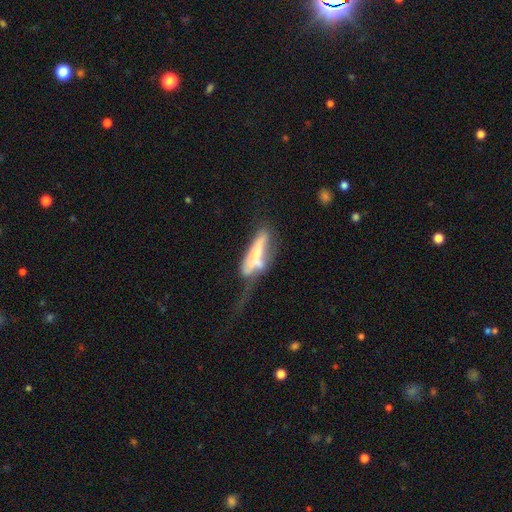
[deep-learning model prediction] Overall: featured or disk (47%; smooth 45%). Merging: major disturbance (40%; merger 22%).